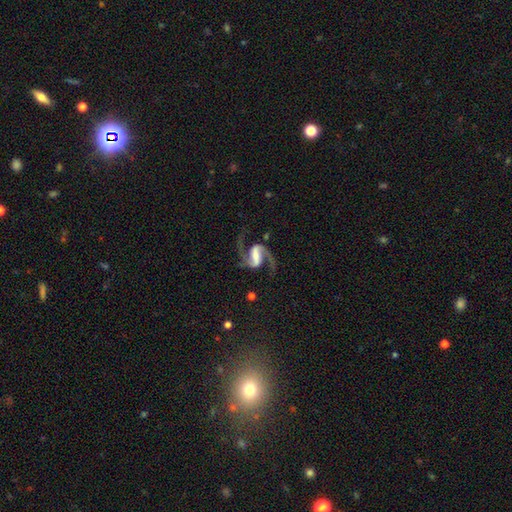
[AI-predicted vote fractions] Overall: featured or disk (92%). Edge-on disk: no (98%). Bar: strong (56%; weak 33%). Spiral arms: yes (98%). Spiral arm count: 2 (94%). Spiral winding: medium (53%; loose 38%). Bulge size: none (29%; moderate 24%). Merging: none (75%).